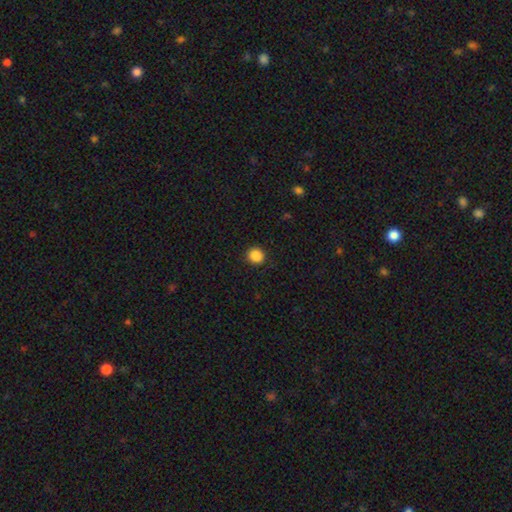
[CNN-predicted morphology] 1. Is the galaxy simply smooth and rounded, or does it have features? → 88% smooth, 10% star or artifact, 2% featured or disk.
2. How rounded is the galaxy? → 88% round, 11% in between, 1% cigar-shaped.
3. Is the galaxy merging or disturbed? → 90% none, 7% minor disturbance, 2% major disturbance, 1% merger.